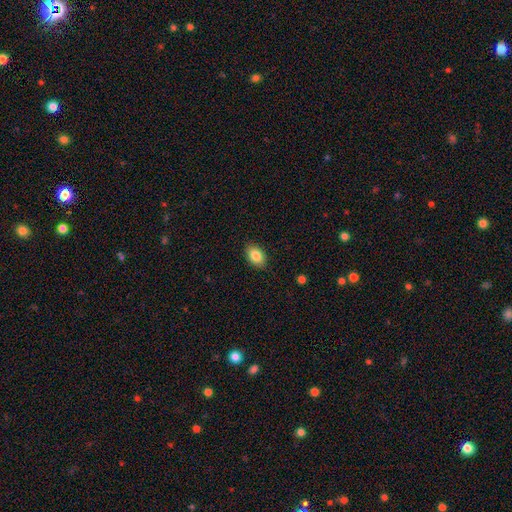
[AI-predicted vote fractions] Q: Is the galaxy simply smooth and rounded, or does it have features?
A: smooth — 85%.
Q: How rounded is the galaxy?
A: in between — 86%.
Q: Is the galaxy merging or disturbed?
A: none — 88%.